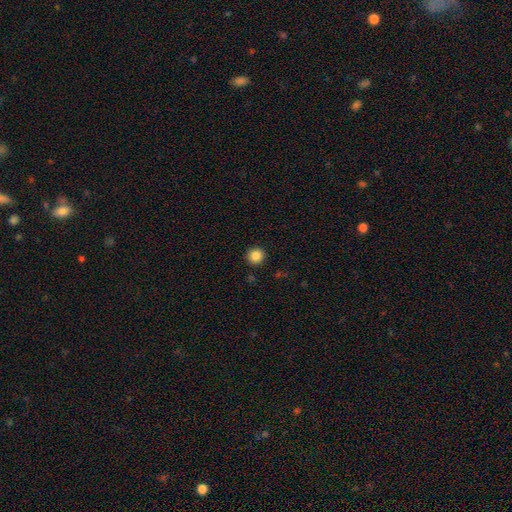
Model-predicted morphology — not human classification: type=smooth (86%); roundness=round (93%); merging=none (92%).